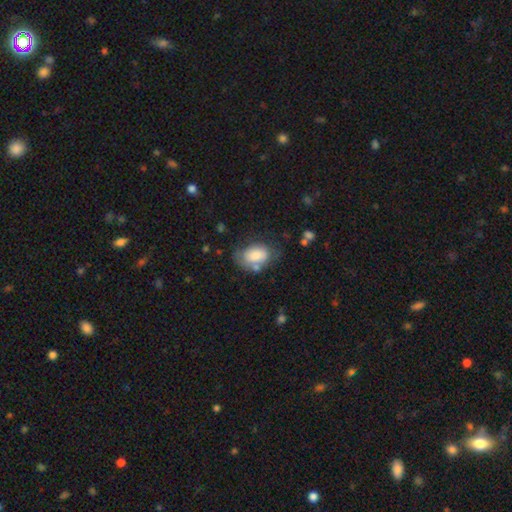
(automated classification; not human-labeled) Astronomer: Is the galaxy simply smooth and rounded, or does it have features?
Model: smooth — 72%.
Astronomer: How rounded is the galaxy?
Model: in between — 82%.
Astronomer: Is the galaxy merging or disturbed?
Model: none — 52%.